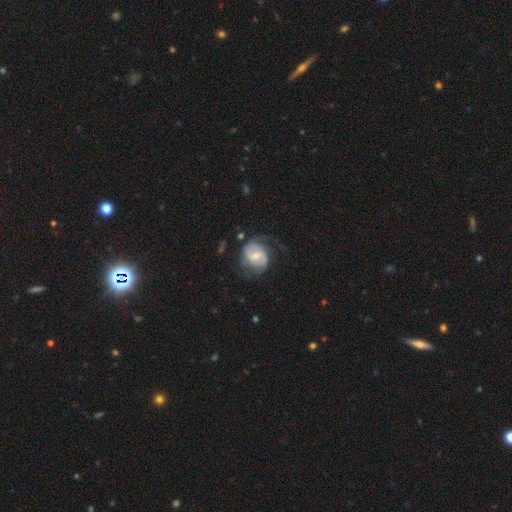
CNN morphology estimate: smooth-or-featured: featured or disk: 73% | smooth: 21% | star or artifact: 6%
  disk-edge-on: no: 97% | yes: 3%
    bar: weak: 53% | no: 28% | strong: 19%
    has-spiral-arms: yes: 90% | no: 10%
      spiral-winding: medium: 45% | loose: 30% | tight: 25%
      spiral-arm-count: 2: 74% | can't tell: 14% | 1: 5% | 3: 4% | 4: 2% | more than 4: 1%
    bulge-size: small: 48% | moderate: 42% | none: 5% | large: 4% | dominant: 1%
  merging: none: 55% | minor disturbance: 23% | major disturbance: 20% | merger: 2%